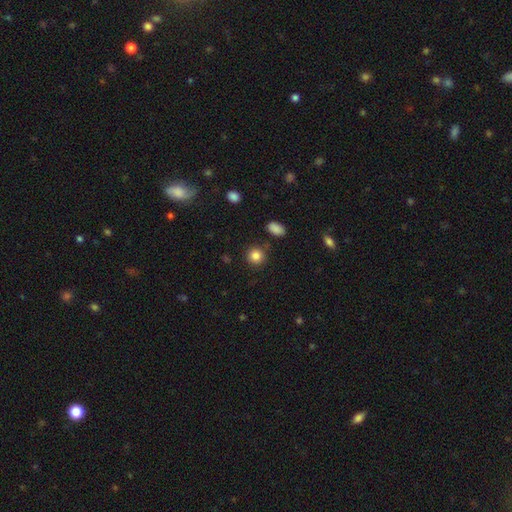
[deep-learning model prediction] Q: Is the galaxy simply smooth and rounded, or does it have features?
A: smooth — 85%.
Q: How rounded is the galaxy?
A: round — 90%.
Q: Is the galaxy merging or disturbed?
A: none — 86%.